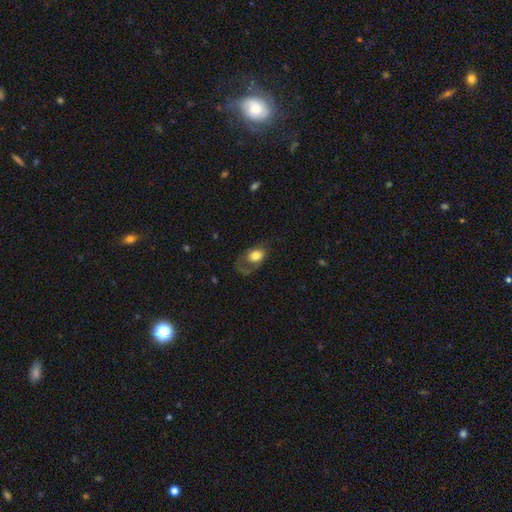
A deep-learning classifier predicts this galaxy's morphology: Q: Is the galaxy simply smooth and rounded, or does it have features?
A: smooth — 72%.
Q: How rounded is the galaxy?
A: in between — 71%.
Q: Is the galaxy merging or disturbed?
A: none — 38%.